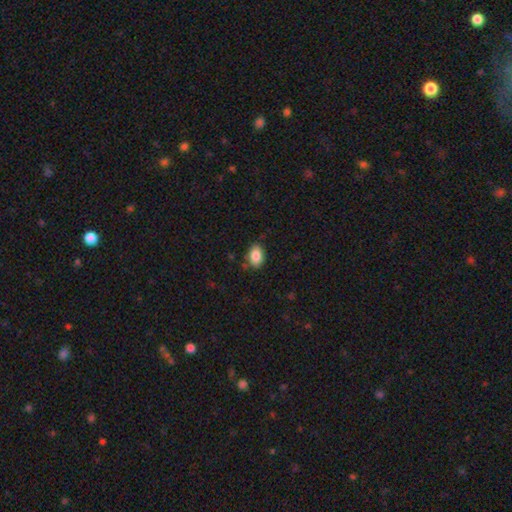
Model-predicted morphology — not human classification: This is clearly a smooth galaxy (87%). How rounded: clearly in between (85%). Merging: clearly none (82%).